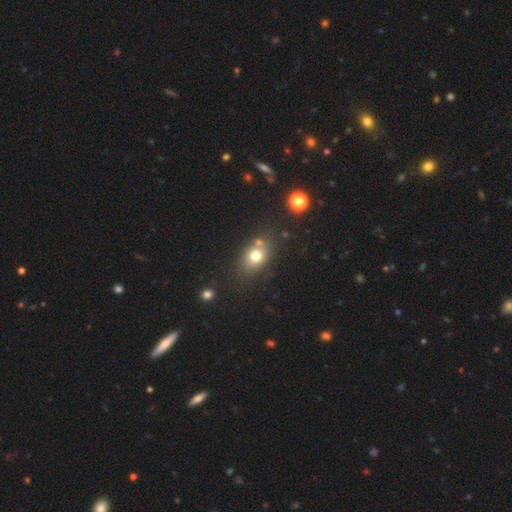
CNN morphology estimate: Overall: smooth (73%). How rounded: in between (61%; round 37%). Merging: none (63%).